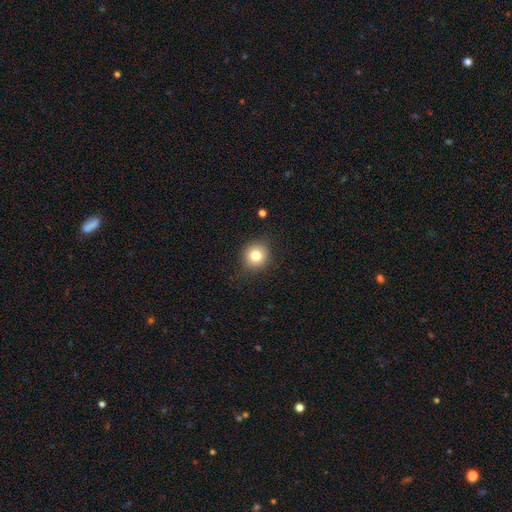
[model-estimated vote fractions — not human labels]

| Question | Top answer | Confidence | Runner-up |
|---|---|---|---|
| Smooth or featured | smooth | 80% | star or artifact (11%) |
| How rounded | round | 87% | in between (12%) |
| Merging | none | 87% | minor disturbance (9%) |